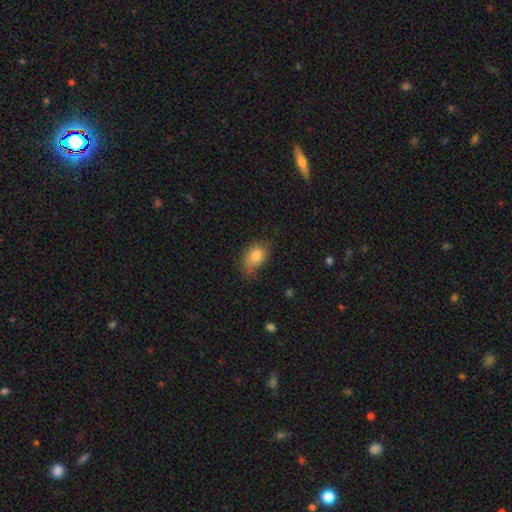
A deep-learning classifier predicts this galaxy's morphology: smooth 82%, featured or disk 9%, star or artifact 9%. Down the decision tree: how rounded — in between (78%); merging — none (61%).